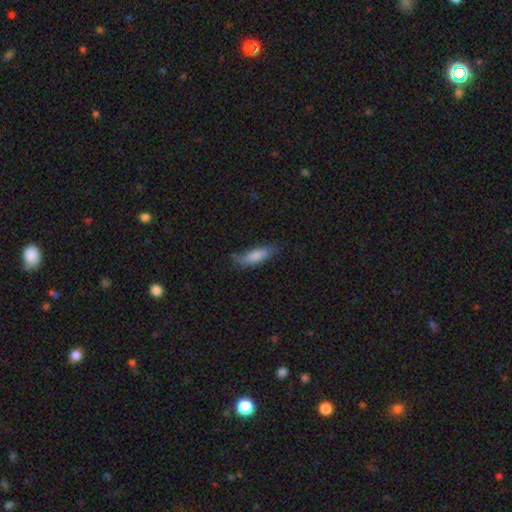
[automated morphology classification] A smooth galaxy with no disk features (78%) that is in between round and cigar-shaped (52%).

Vote fractions:
- Smooth or featured? smooth: 78% / featured or disk: 15% / star or artifact: 6%
- How rounded? in between: 52% / cigar-shaped: 46% / round: 2%
- Merging? none: 63% / minor disturbance: 28% / major disturbance: 7% / merger: 2%